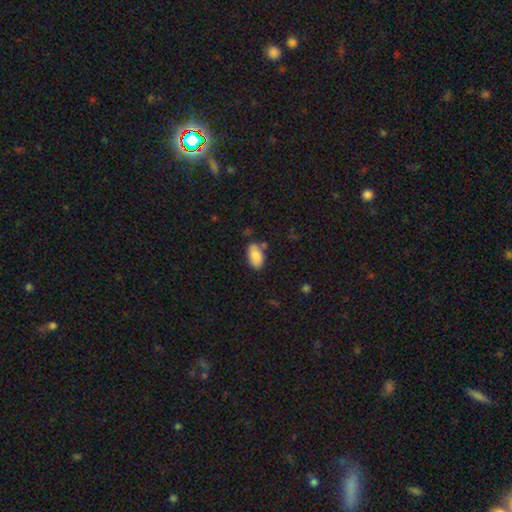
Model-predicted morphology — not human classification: smooth_or_featured: smooth (p=0.79) [alt: featured or disk p=0.14]
how_rounded: in between (p=0.94) [alt: round p=0.04]
merging: none (p=0.71) [alt: minor disturbance p=0.18]